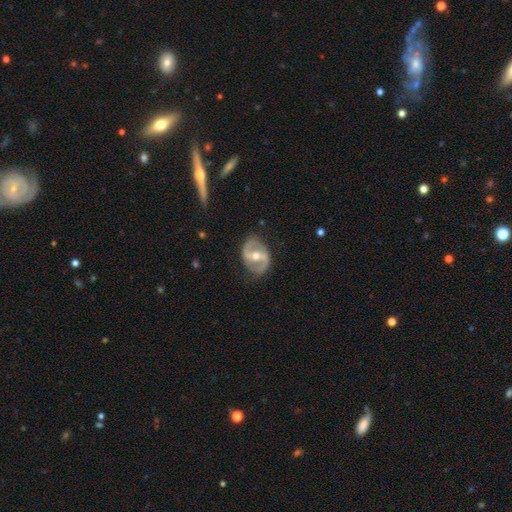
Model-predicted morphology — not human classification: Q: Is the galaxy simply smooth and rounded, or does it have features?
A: featured or disk — 81%.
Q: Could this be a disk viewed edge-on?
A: no — 96%.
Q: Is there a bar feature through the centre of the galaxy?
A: strong — 47%.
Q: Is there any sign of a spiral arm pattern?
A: yes — 79%.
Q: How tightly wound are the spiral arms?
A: medium — 48%.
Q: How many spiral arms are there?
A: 2 — 89%.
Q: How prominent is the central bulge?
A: moderate — 72%.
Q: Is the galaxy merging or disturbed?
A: none — 78%.